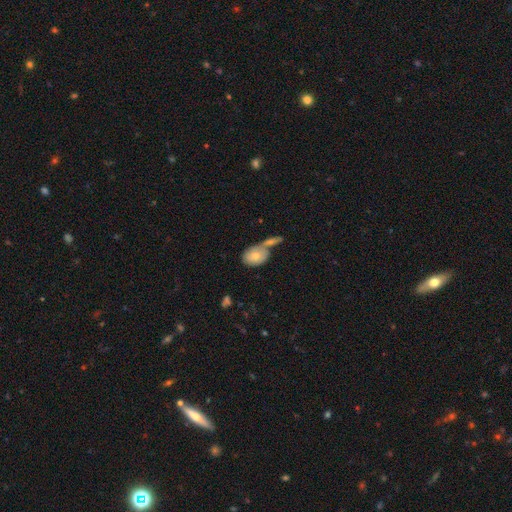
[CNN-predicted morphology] Q: Smooth or featured?
A: smooth (74%); runner-up: featured or disk (20%)
Q: How rounded?
A: in between (80%); runner-up: round (18%)
Q: Merging?
A: merger (46%); runner-up: none (35%)